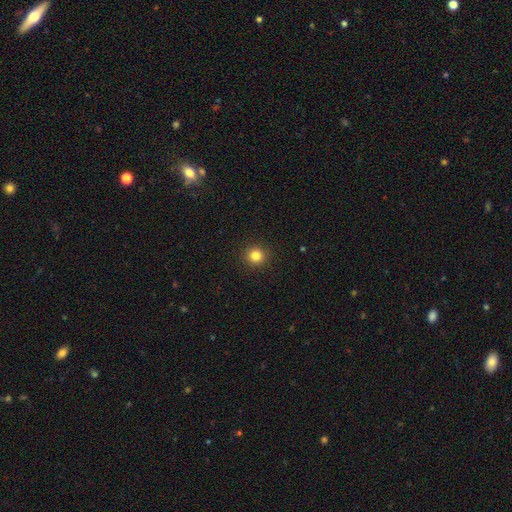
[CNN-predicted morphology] type=smooth (82%); roundness=round (95%); merging=none (93%).